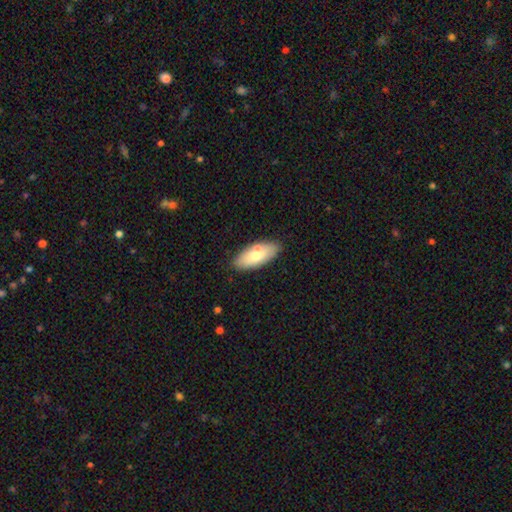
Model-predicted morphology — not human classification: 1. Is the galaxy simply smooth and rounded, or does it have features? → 70% smooth, 24% featured or disk, 6% star or artifact.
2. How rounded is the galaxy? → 86% in between, 12% cigar-shaped, 2% round.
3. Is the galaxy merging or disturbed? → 77% none, 13% minor disturbance, 7% merger, 3% major disturbance.